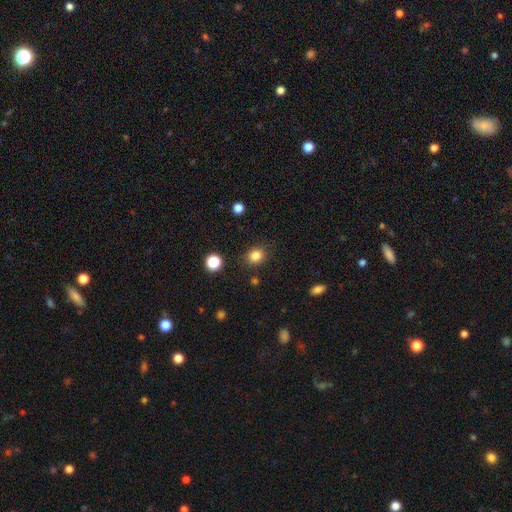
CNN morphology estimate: A smooth galaxy with no disk features (84%) that is round (70%).

Vote fractions:
- Smooth or featured? smooth: 84% / star or artifact: 12% / featured or disk: 5%
- How rounded? round: 70% / in between: 30% / cigar-shaped: 1%
- Merging? none: 85% / minor disturbance: 10% / major disturbance: 3% / merger: 2%